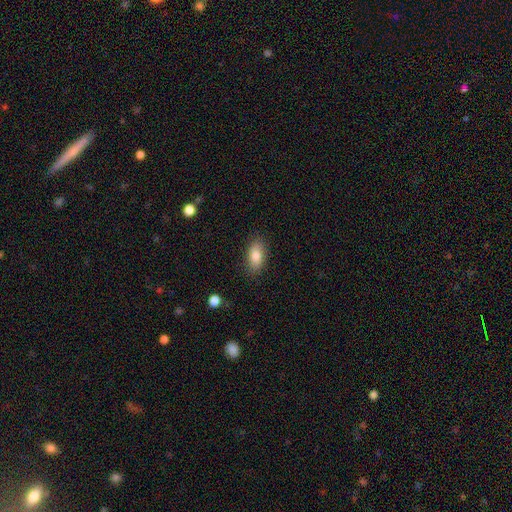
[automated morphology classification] smooth 84%, featured or disk 9%, star or artifact 7%. Down the decision tree: how rounded — in between (87%); merging — none (86%).